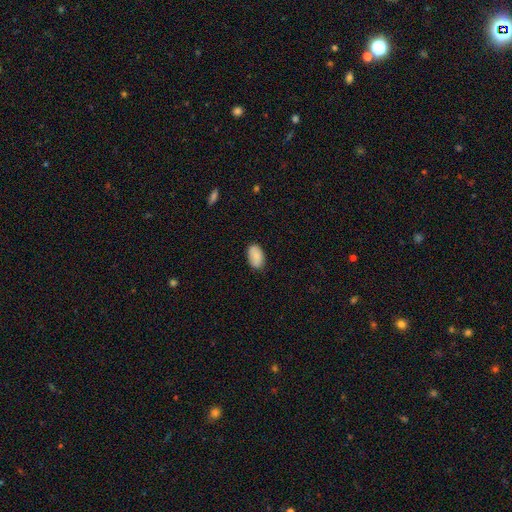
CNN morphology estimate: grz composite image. It shows a smooth galaxy with no disk features (86%) that is in between round and cigar-shaped (94%). Merging: none (85%).